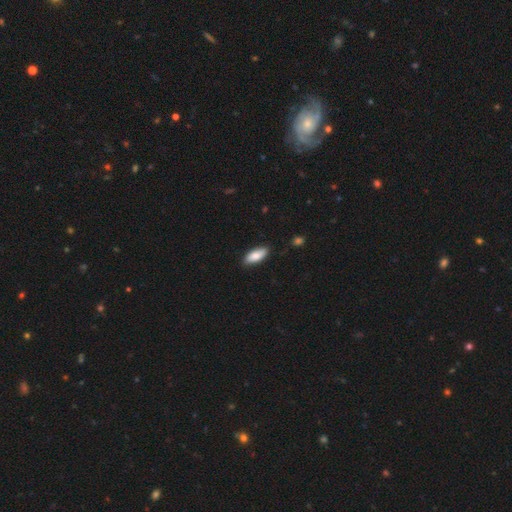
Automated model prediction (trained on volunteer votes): Q: Smooth or featured?
A: smooth (83%); runner-up: featured or disk (11%)
Q: How rounded?
A: in between (81%); runner-up: cigar-shaped (17%)
Q: Merging?
A: none (85%); runner-up: minor disturbance (11%)